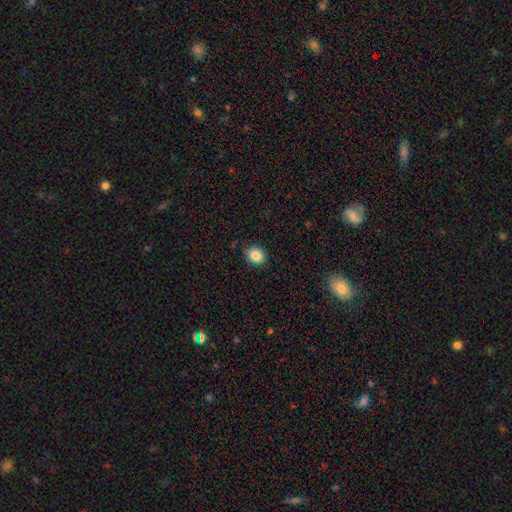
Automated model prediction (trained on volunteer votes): A smooth galaxy with no disk features (86%) that is round (57%). Merging: none (87%).